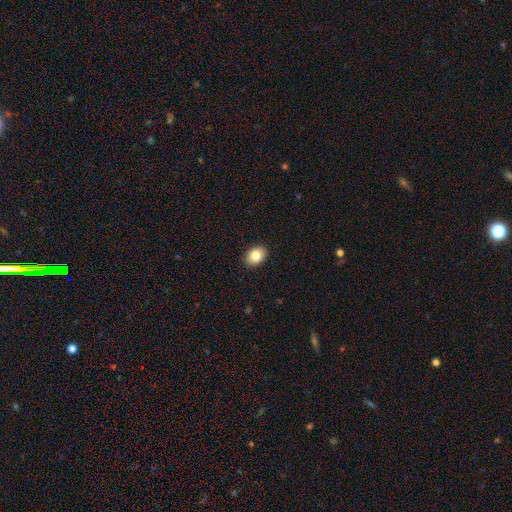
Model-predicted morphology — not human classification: type=smooth (84%); roundness=in between (67%); merging=none (90%).